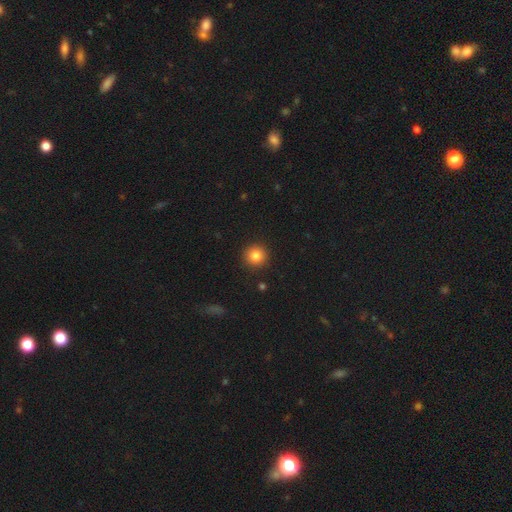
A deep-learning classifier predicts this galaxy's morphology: This appears to be a smooth galaxy with no disk features (84%) that is round (94%). Merging: none (92%).